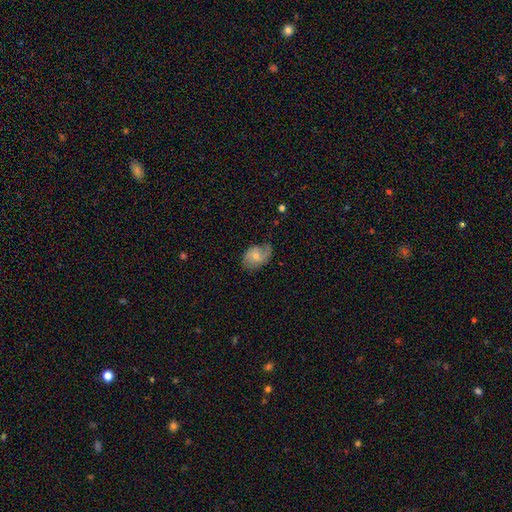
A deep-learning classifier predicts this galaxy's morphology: Smooth or featured? smooth (50%)
How rounded? in between (78%)
Merging? none (51%)